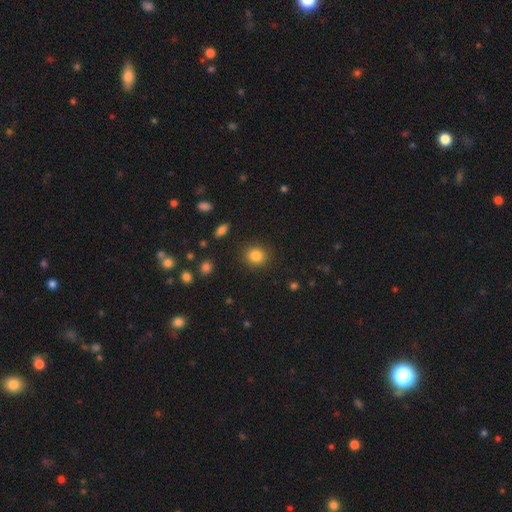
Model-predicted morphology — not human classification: smooth 84%, star or artifact 11%, featured or disk 5%. Down the decision tree: how rounded — round (82%); merging — none (89%).